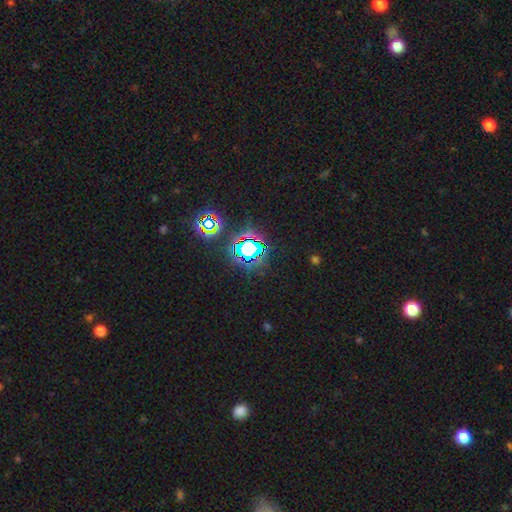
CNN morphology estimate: smooth_or_featured: star or artifact (p=0.77) [alt: smooth p=0.15]